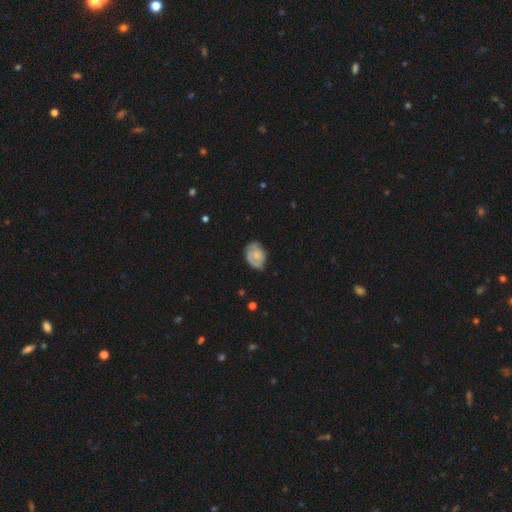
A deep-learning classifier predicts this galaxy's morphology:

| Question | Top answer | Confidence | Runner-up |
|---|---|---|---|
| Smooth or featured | smooth | 50% | featured or disk (43%) |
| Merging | none | 53% | minor disturbance (34%) |